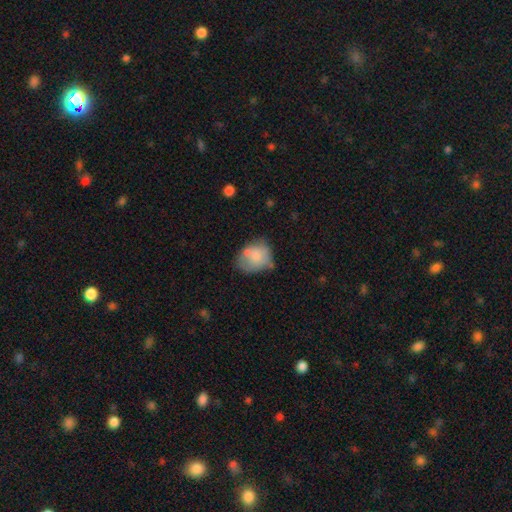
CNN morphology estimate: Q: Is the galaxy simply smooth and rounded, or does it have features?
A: smooth — 71%.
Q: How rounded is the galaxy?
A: in between — 51%.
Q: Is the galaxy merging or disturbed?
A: none — 39%.